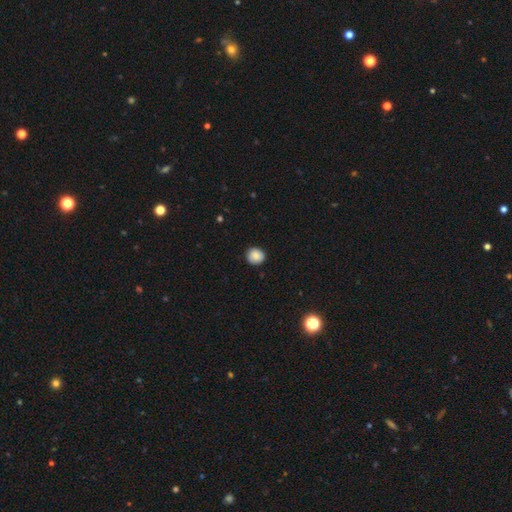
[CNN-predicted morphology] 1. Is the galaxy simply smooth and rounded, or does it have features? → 85% smooth, 8% star or artifact, 7% featured or disk.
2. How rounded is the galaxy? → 89% round, 10% in between, 1% cigar-shaped.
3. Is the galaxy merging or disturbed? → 88% none, 9% minor disturbance, 2% major disturbance, 1% merger.